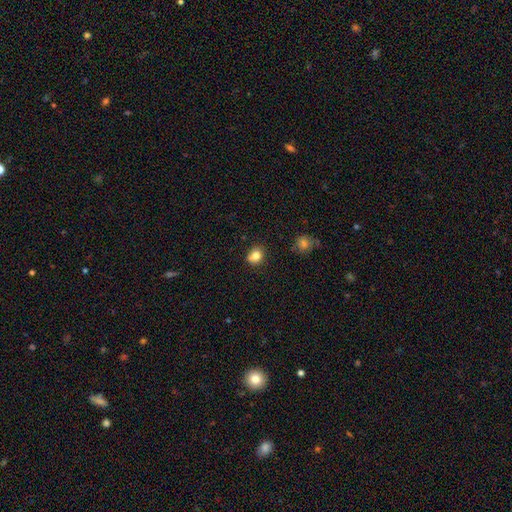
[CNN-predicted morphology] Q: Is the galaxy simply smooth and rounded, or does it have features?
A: smooth — 80%.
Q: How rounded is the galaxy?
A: round — 71%.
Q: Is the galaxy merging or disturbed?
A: none — 70%.